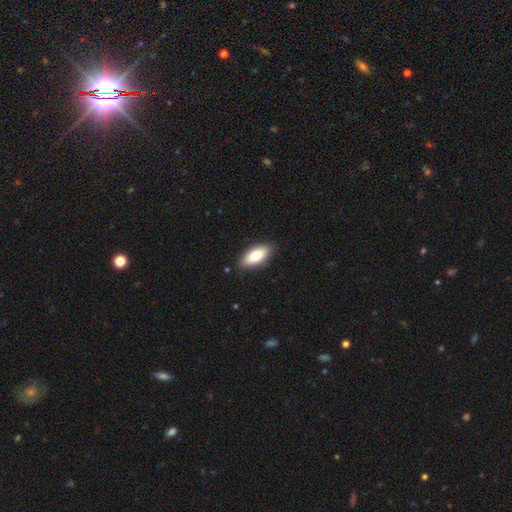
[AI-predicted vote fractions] A smooth galaxy with no disk features (78%) that is in between round and cigar-shaped (86%). Merging: none (87%).